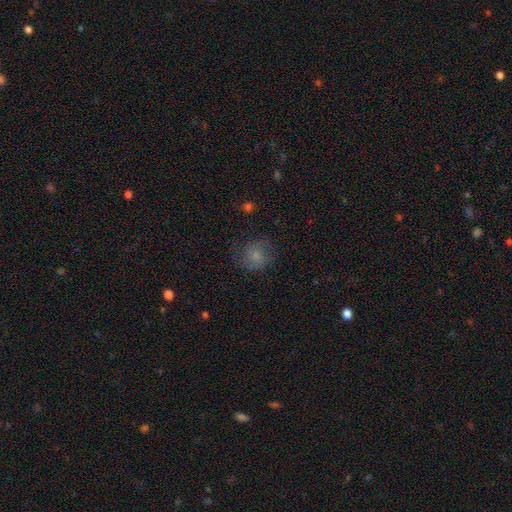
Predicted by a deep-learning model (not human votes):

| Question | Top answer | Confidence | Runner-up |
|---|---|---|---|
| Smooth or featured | smooth | 68% | featured or disk (21%) |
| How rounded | round | 79% | in between (20%) |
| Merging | none | 69% | minor disturbance (20%) |